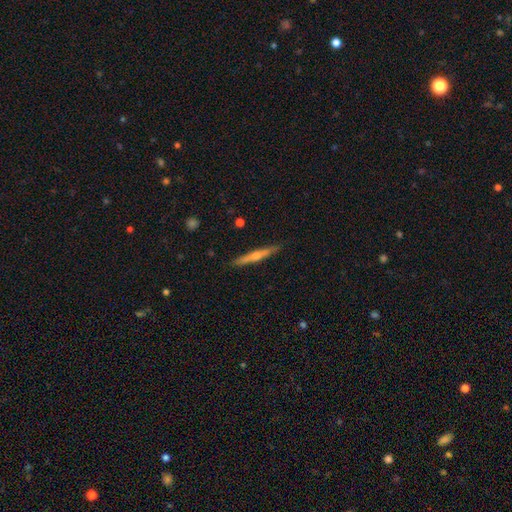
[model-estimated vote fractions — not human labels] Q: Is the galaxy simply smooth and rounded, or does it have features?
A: featured or disk — 54%.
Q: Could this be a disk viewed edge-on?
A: yes — 97%.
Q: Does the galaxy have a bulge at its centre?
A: rounded — 73%.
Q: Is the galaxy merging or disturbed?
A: none — 89%.